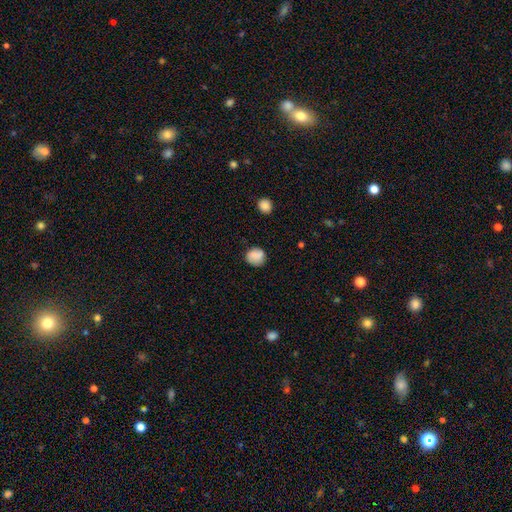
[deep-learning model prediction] smooth_or_featured: smooth (p=0.81) [alt: featured or disk p=0.10]
how_rounded: round (p=0.82) [alt: in between p=0.17]
merging: none (p=0.77) [alt: minor disturbance p=0.16]